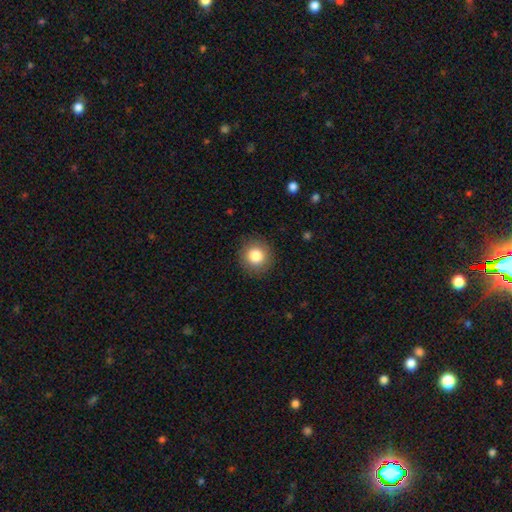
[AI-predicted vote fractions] smooth-or-featured: smooth: 83% | star or artifact: 9% | featured or disk: 7%
  how-rounded: round: 94% | in between: 5% | cigar-shaped: 1%
  merging: none: 90% | minor disturbance: 7% | major disturbance: 2% | merger: 1%